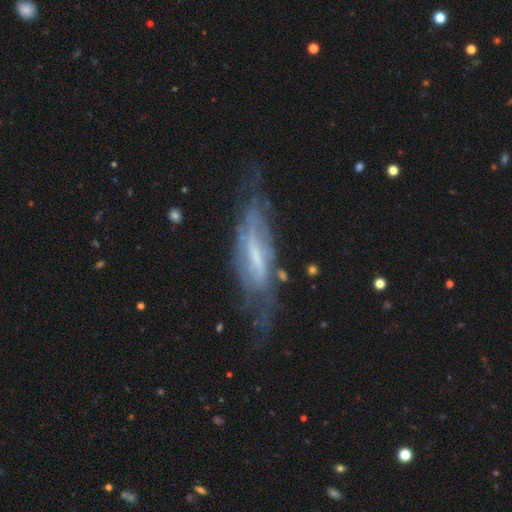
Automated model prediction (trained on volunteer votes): Morphology: type=featured or disk (74%); edge-on=no (66%); merging=none (62%).